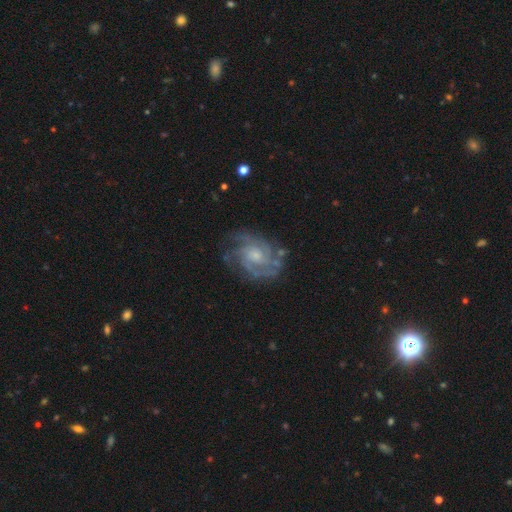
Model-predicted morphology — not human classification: The model was most divided on "spiral arm count": 3: 30%, can't tell: 24%, 2: 21%, 4: 14%, more than 4: 6%, 1: 6%. Remaining: edge-on disk — no (98%); spiral arms — yes (95%); smooth or featured — featured or disk (86%); merging — none (70%); bar — no (65%); spiral winding — tight (54%); bulge size — small (46%).